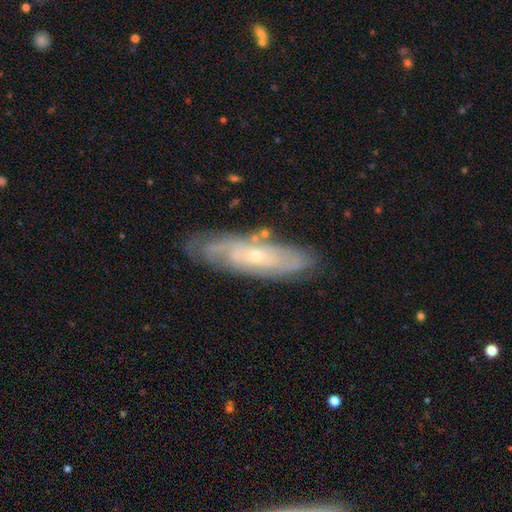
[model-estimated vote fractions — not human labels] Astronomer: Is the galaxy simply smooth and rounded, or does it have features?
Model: featured or disk — 75%.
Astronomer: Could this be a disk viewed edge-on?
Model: no — 78%.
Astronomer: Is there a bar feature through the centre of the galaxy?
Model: no — 73%.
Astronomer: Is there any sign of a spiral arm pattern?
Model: yes — 84%.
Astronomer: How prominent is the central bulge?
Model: small — 72%.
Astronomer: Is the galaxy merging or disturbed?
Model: none — 75%.